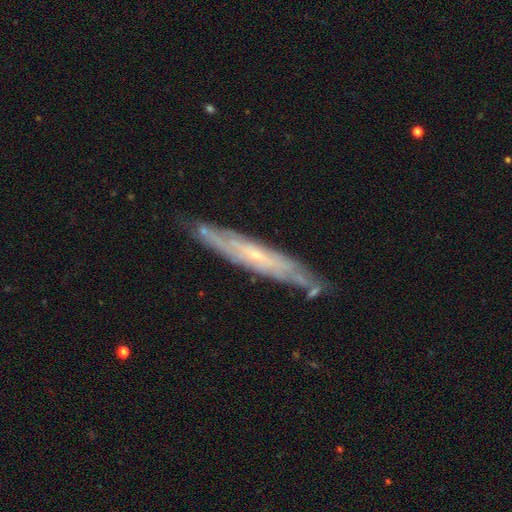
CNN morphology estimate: This appears to be a featured or disk galaxy (71%) viewed edge-on (64%). Merging: none (79%).